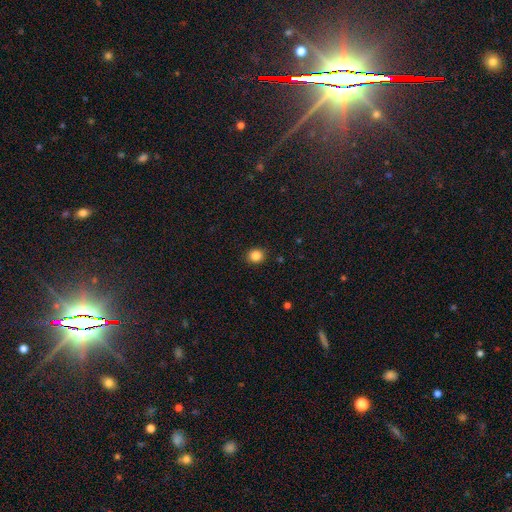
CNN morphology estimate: smooth_or_featured: smooth (p=0.85) [alt: star or artifact p=0.11]
how_rounded: round (p=0.80) [alt: in between p=0.19]
merging: none (p=0.91) [alt: minor disturbance p=0.07]